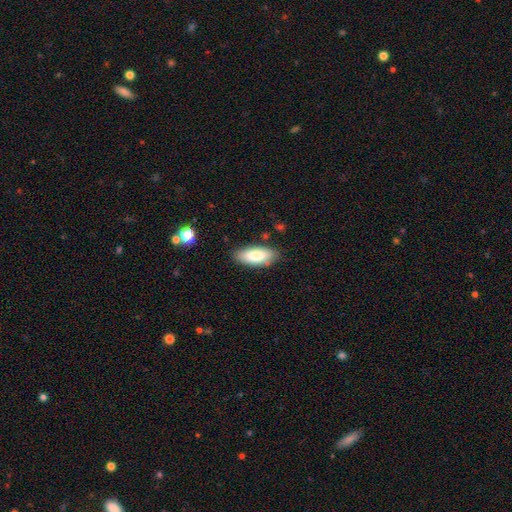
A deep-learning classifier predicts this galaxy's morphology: Smooth or featured? Predicted: smooth (p=0.84). How rounded? Predicted: in between (p=0.84). Merging? Predicted: none (p=0.83).